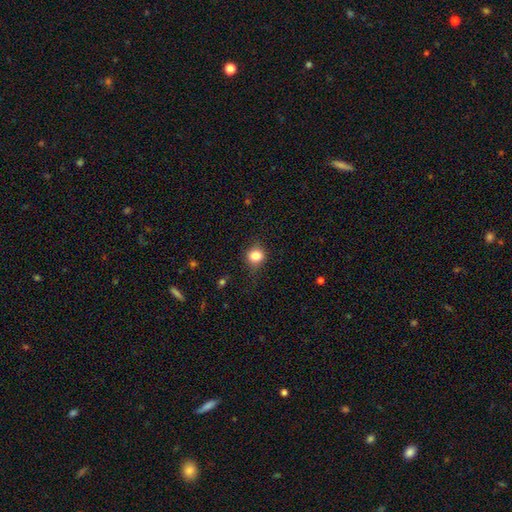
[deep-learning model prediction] Q: Smooth or featured?
A: smooth (81%); runner-up: star or artifact (11%)
Q: How rounded?
A: round (78%); runner-up: in between (21%)
Q: Merging?
A: none (77%); runner-up: minor disturbance (17%)